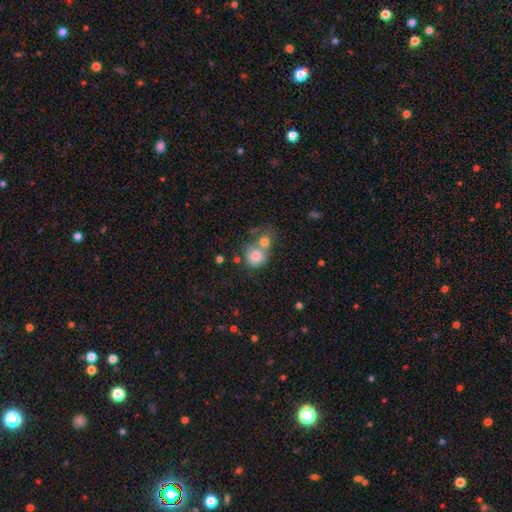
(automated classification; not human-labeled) The model was most divided on "merging": merger: 59%, none: 28%, minor disturbance: 8%, major disturbance: 5%. More confident: how rounded — round (78%); smooth or featured — smooth (75%).